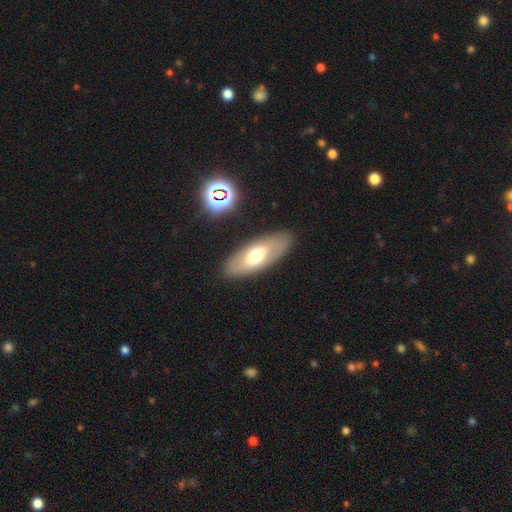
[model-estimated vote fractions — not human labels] Overall: smooth (53%; featured or disk 40%). How rounded: in between (83%). Merging: none (86%).